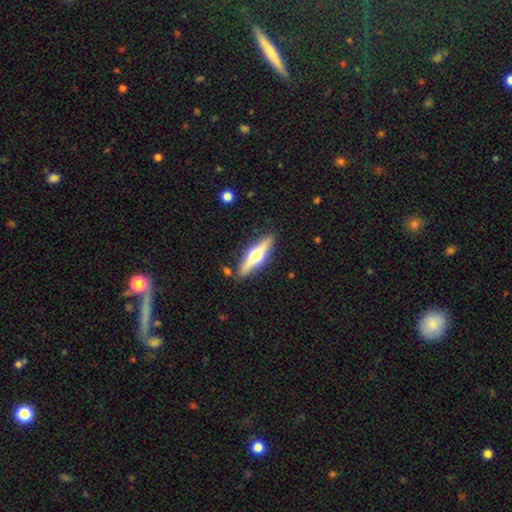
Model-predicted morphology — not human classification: smooth-or-featured: featured or disk: 65% | smooth: 30% | star or artifact: 5%
  disk-edge-on: yes: 96% | no: 4%
    edge-on-bulge: rounded: 95% | boxy: 3% | none: 2%
  merging: none: 87% | minor disturbance: 9% | merger: 3% | major disturbance: 2%